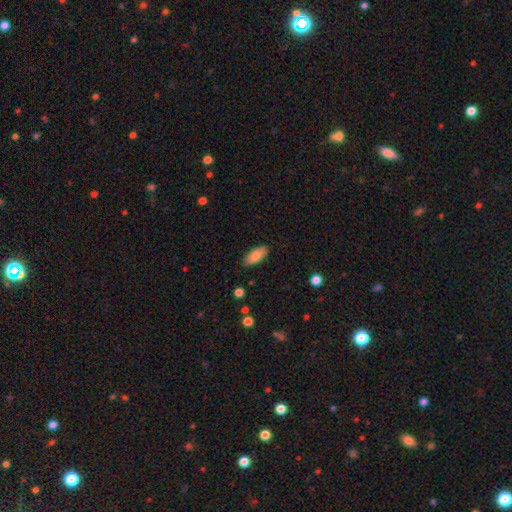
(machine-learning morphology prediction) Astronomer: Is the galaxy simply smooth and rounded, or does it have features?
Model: smooth — 80%.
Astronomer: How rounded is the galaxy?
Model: in between — 87%.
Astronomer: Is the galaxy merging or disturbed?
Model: none — 87%.